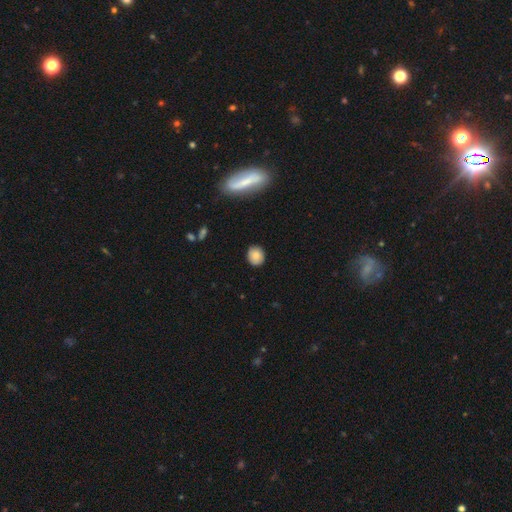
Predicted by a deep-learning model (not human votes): Smooth or featured?
  - smooth: 82% *
  - star or artifact: 9%
  - featured or disk: 9%
How rounded?
  - round: 78% *
  - in between: 20%
  - cigar-shaped: 1%
Merging?
  - none: 87% *
  - minor disturbance: 10%
  - major disturbance: 2%
  - merger: 1%